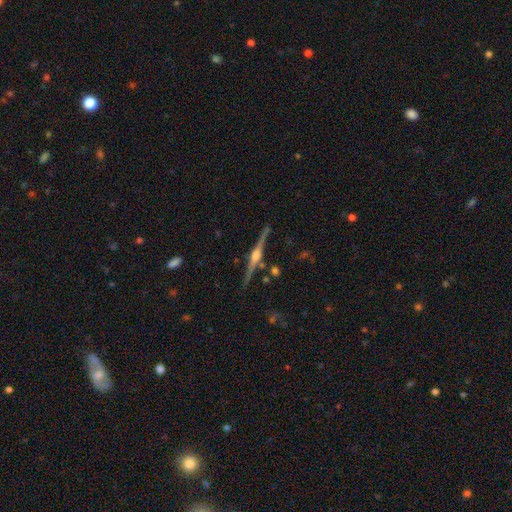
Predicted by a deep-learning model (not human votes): This appears to be a featured or disk galaxy (88%) viewed edge-on (98%) with a rounded central bulge (91%). Merging: none (88%).